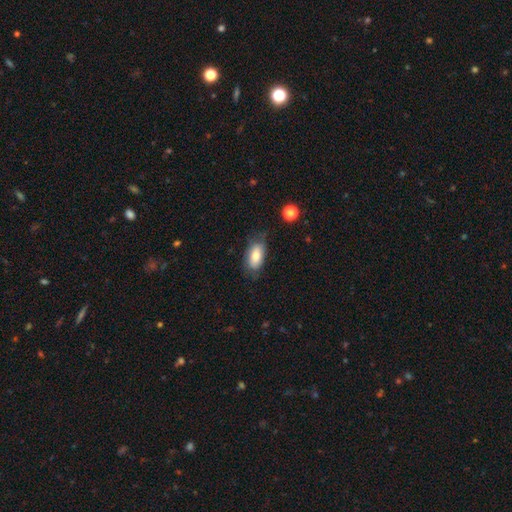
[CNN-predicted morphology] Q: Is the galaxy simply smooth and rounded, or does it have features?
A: smooth — 78%.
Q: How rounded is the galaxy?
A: in between — 90%.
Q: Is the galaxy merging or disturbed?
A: none — 68%.